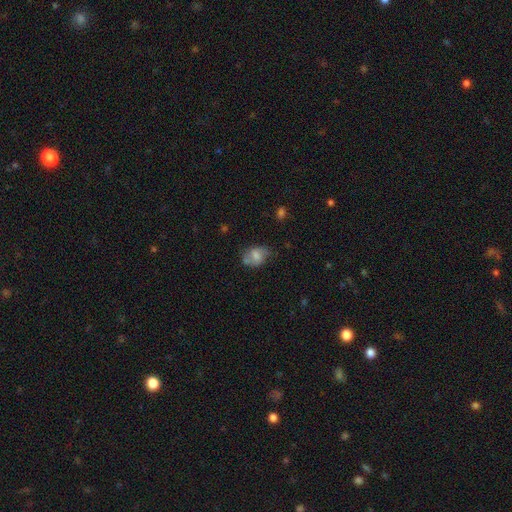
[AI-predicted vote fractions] smooth_or_featured: smooth (p=0.58) [alt: featured or disk p=0.32]
how_rounded: in between (p=0.62) [alt: round p=0.36]
merging: none (p=0.48) [alt: minor disturbance p=0.28]